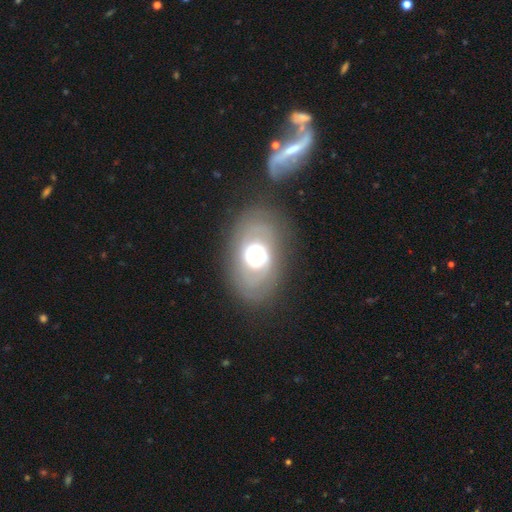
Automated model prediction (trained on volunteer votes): A featured or disk galaxy (62%) with no bar (74%), spiral arms (64%) and a moderate central bulge (42%). Merging: none (77%).